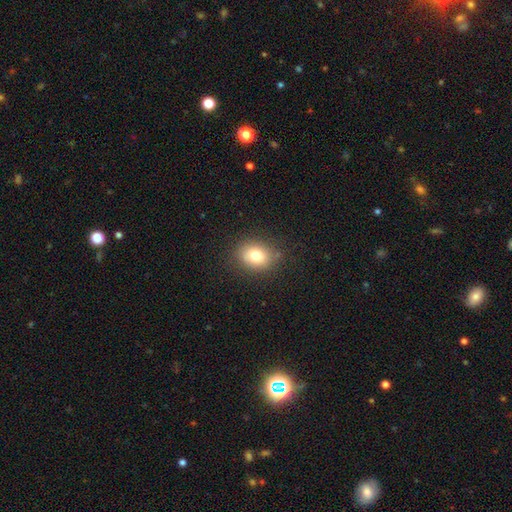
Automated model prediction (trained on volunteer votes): smooth_or_featured: smooth (p=0.78) [alt: star or artifact p=0.11]
how_rounded: in between (p=0.52) [alt: round p=0.47]
merging: none (p=0.83) [alt: minor disturbance p=0.12]